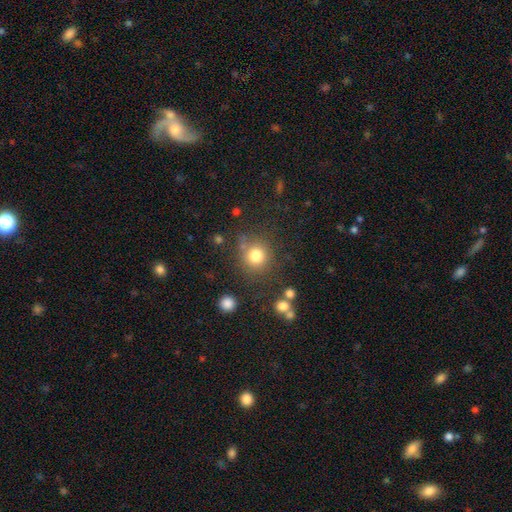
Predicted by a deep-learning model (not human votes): Smooth or featured? smooth (79%)
How rounded? round (90%)
Merging? none (76%)